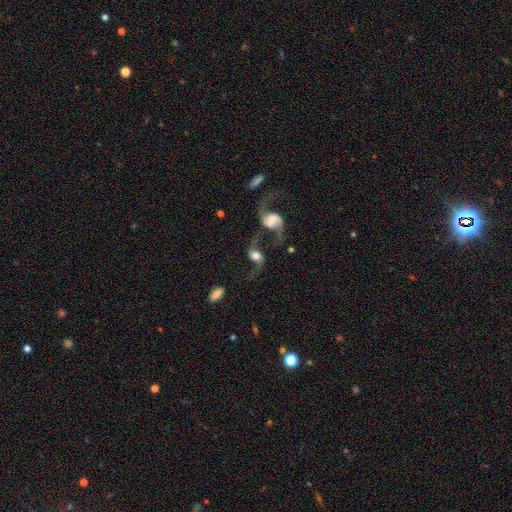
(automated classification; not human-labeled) A featured or disk galaxy (82%) with no bar (47%), 2 (91%) loose (81%) spiral arms (93%) and a moderate central bulge (50%). Merging: none (50%).